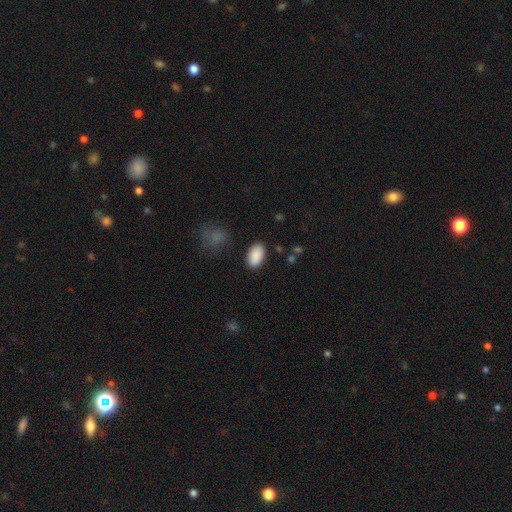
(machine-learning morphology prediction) Overall: smooth (90%). How rounded: in between (94%). Merging: none (85%).